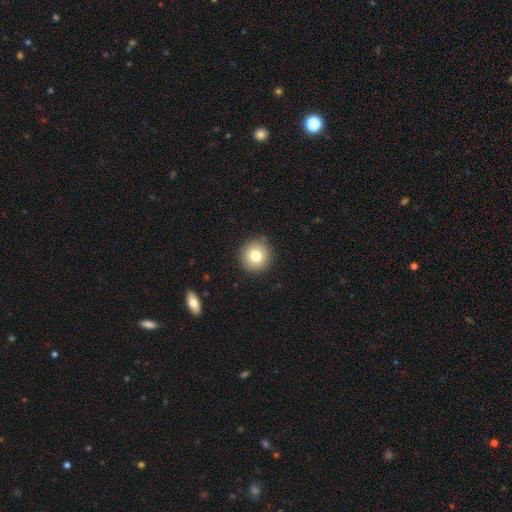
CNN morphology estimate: Smooth or featured: smooth — 78% (featured or disk — 12%)
How rounded: round — 94% (in between — 6%)
Merging: none — 90% (minor disturbance — 7%)